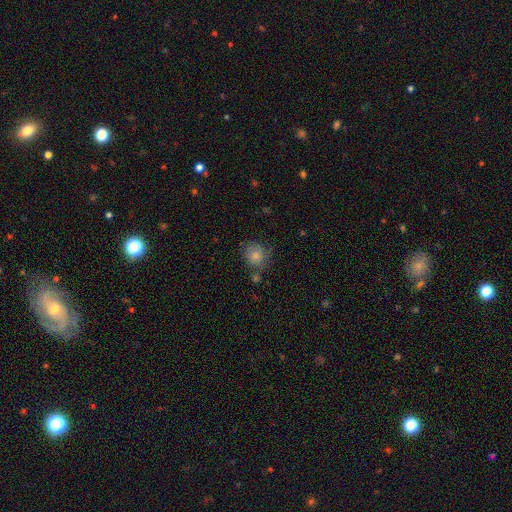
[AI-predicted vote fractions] This appears to be a smooth galaxy with no disk features (77%) that is round (80%). Merging: none (62%).